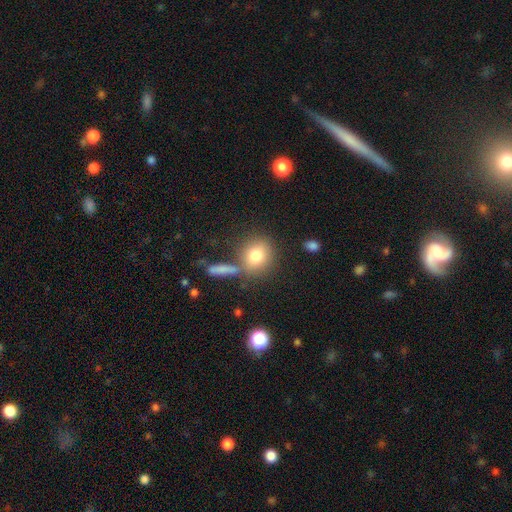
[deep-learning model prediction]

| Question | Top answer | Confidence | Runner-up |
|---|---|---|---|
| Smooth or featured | smooth | 79% | featured or disk (11%) |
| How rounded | round | 77% | in between (21%) |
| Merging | none | 68% | merger (15%) |